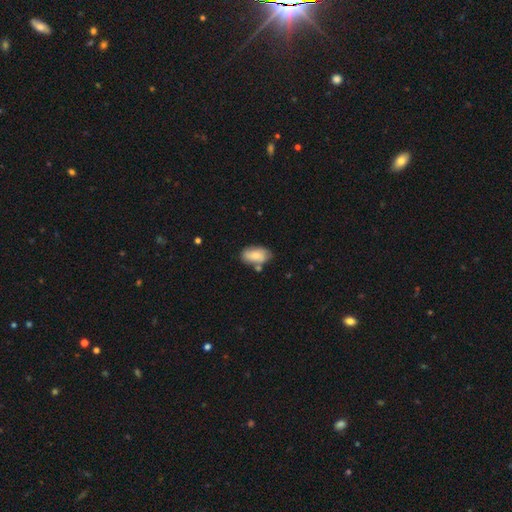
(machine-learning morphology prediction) This is likely a smooth galaxy (77%). How rounded: clearly in between (93%). Merging: likely none (62%).